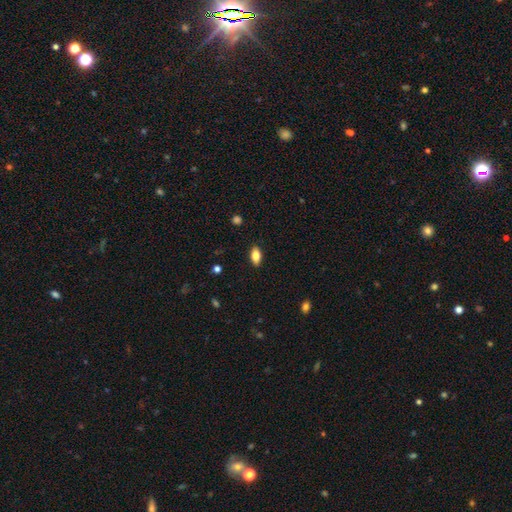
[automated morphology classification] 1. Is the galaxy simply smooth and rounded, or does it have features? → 81% smooth, 11% featured or disk, 8% star or artifact.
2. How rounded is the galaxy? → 89% in between, 6% cigar-shaped, 4% round.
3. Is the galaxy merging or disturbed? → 88% none, 9% minor disturbance, 2% major disturbance, 1% merger.